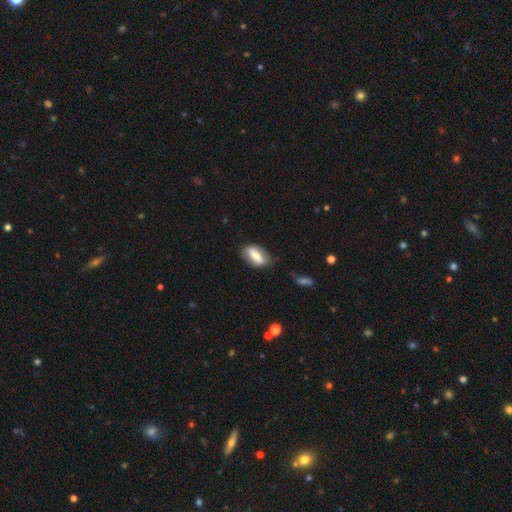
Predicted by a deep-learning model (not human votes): smooth 56%, featured or disk 37%, star or artifact 7%. Down the decision tree: how rounded — in between (84%); merging — none (74%).